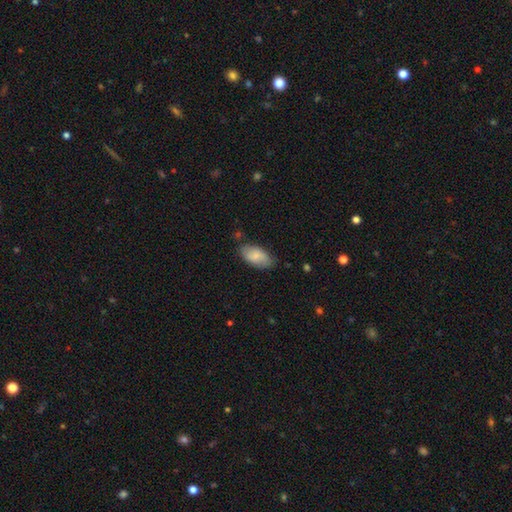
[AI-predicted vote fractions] Smooth or featured?
  - smooth: 78% *
  - featured or disk: 16%
  - star or artifact: 6%
How rounded?
  - in between: 94% *
  - round: 3%
  - cigar-shaped: 3%
Merging?
  - none: 73% *
  - minor disturbance: 21%
  - major disturbance: 4%
  - merger: 2%